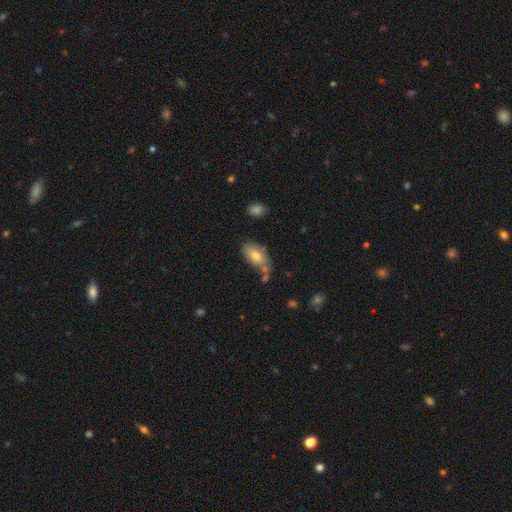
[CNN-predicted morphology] smooth_or_featured: smooth (p=0.77) [alt: featured or disk p=0.16]
how_rounded: in between (p=0.92) [alt: round p=0.04]
merging: none (p=0.62) [alt: minor disturbance p=0.20]